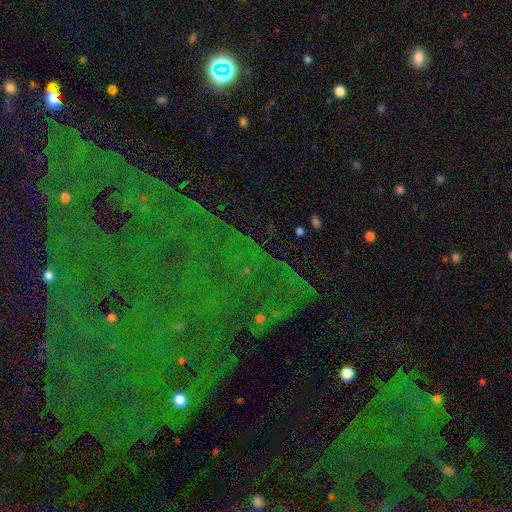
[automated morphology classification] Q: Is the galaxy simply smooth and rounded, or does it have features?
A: star or artifact — 79%.